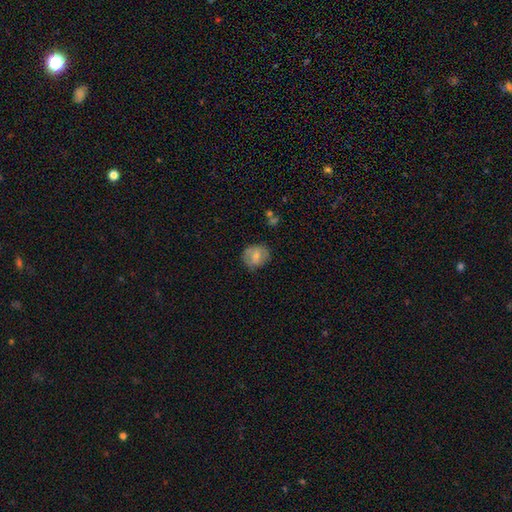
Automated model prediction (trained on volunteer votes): This appears to be a smooth galaxy with no disk features (67%) that is round (74%). Merging: none (70%).